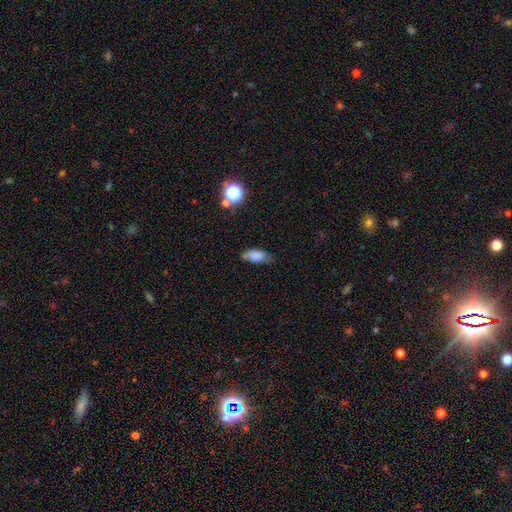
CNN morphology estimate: smooth-or-featured: smooth: 79% | featured or disk: 10% | star or artifact: 10%
  how-rounded: in between: 85% | cigar-shaped: 10% | round: 5%
  merging: none: 63% | minor disturbance: 26% | major disturbance: 6% | merger: 4%